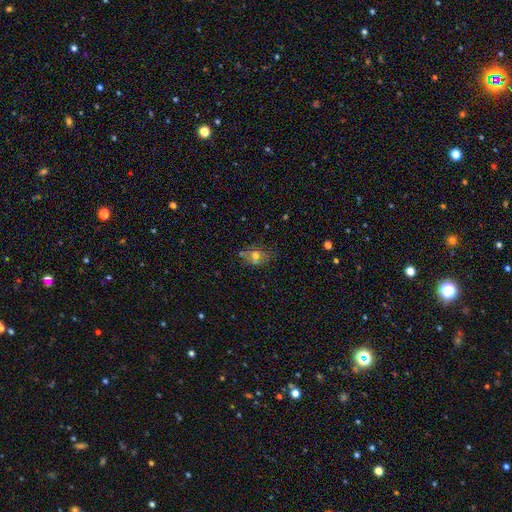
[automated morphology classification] Smooth or featured? smooth (51%)
How rounded? in between (54%)
Merging? none (58%)